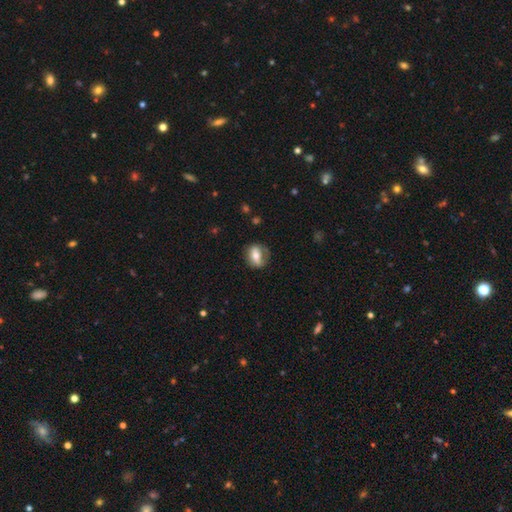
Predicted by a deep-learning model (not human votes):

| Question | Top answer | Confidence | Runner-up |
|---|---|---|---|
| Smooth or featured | smooth | 47% | featured or disk (46%) |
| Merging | none | 72% | minor disturbance (19%) |